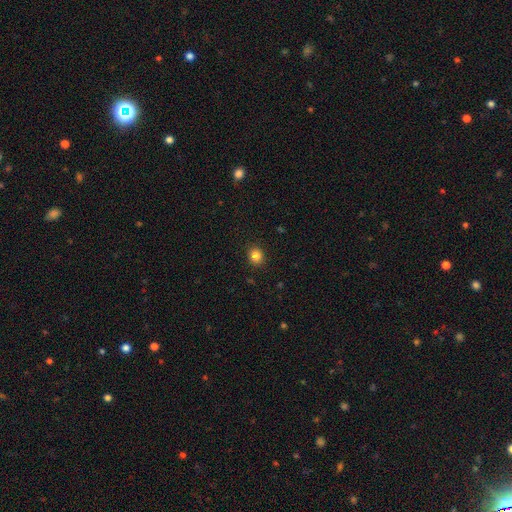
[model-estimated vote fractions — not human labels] smooth_or_featured: smooth (p=0.84) [alt: star or artifact p=0.11]
how_rounded: round (p=0.76) [alt: in between p=0.23]
merging: none (p=0.91) [alt: minor disturbance p=0.06]